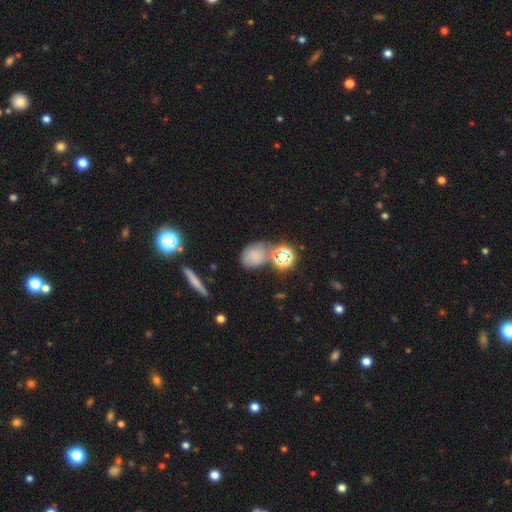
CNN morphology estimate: smooth 69%, star or artifact 19%, featured or disk 12%. Down the decision tree: how rounded — in between (59%); merging — none (54%).